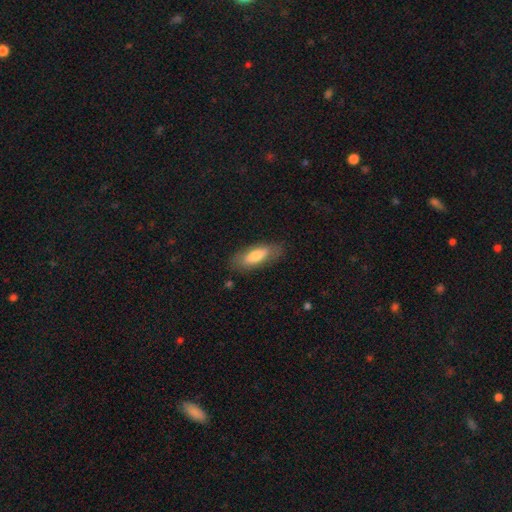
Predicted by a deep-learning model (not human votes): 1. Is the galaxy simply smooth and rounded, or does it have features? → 69% smooth, 25% featured or disk, 6% star or artifact.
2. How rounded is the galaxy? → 69% in between, 29% cigar-shaped, 2% round.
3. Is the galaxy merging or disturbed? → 80% none, 14% minor disturbance, 4% major disturbance, 1% merger.